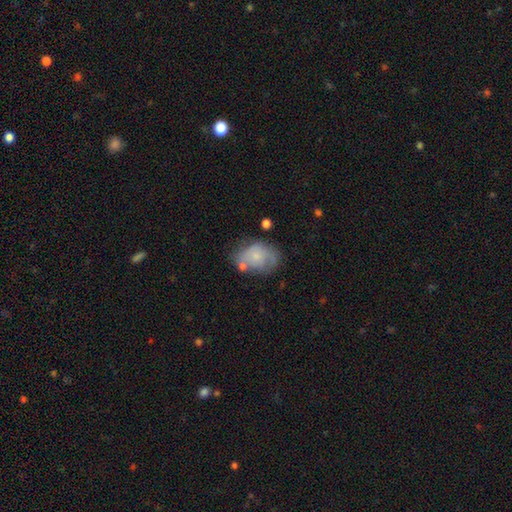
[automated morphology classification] Smooth or featured? smooth (59%)
How rounded? in between (72%)
Merging? none (47%)